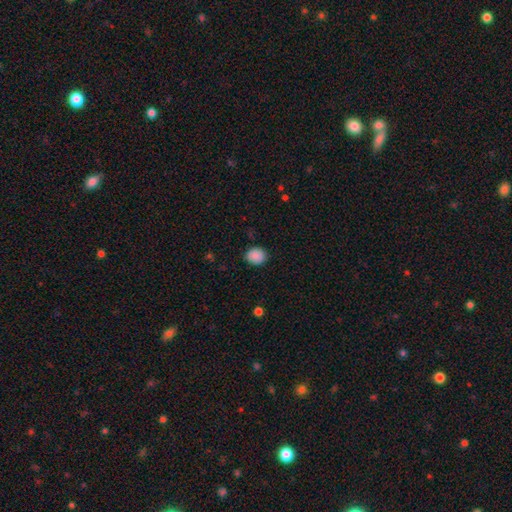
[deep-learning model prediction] A smooth galaxy with no disk features (88%) that is round (64%).

Vote fractions:
- Smooth or featured? smooth: 88% / star or artifact: 8% / featured or disk: 4%
- How rounded? round: 64% / in between: 35% / cigar-shaped: 1%
- Merging? none: 86% / minor disturbance: 10% / major disturbance: 2% / merger: 1%